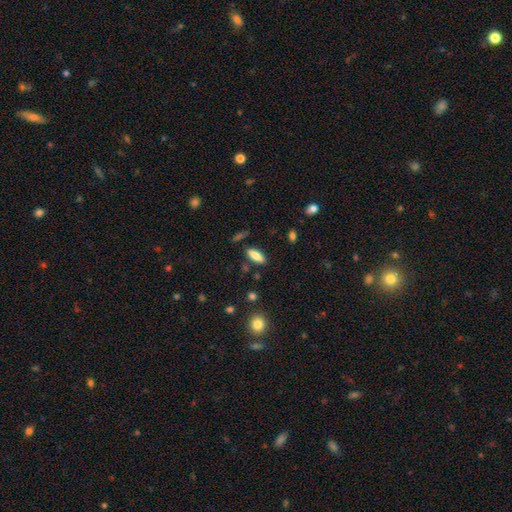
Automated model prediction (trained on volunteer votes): Morphology: type=smooth (79%); roundness=in between (66%); merging=none (84%).